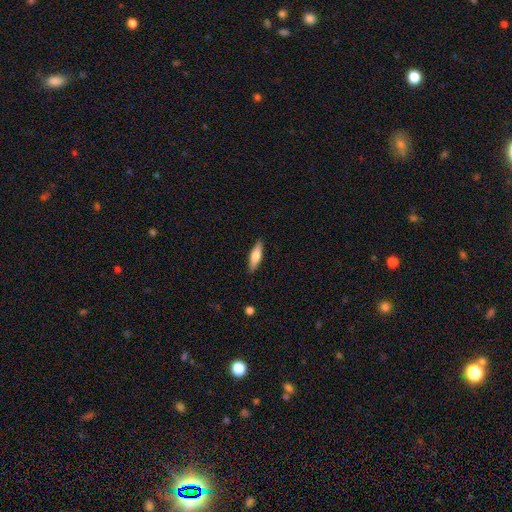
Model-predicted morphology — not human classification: type=smooth (70%); roundness=cigar-shaped (55%); merging=none (88%).